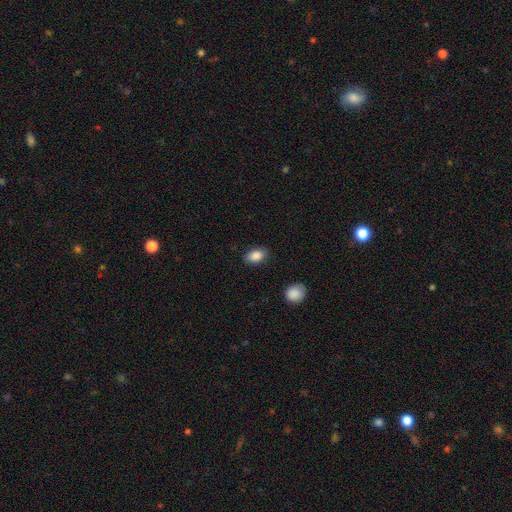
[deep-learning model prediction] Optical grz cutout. It shows a smooth galaxy with no disk features (88%) that is in between round and cigar-shaped (90%). Merging: none (86%).